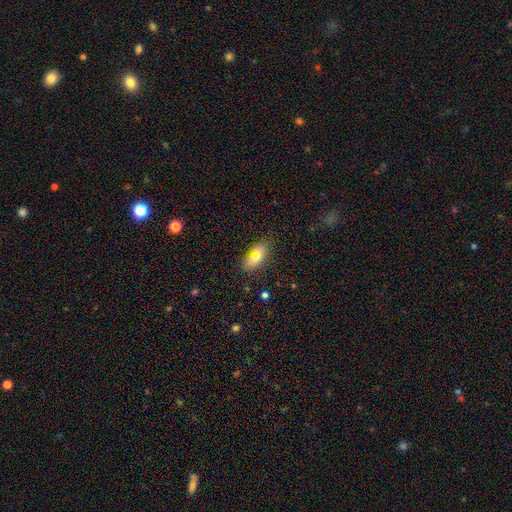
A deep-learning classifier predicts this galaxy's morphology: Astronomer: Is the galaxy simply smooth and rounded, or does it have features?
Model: smooth — 72%.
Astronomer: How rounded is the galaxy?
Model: in between — 85%.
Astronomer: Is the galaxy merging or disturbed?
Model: none — 84%.